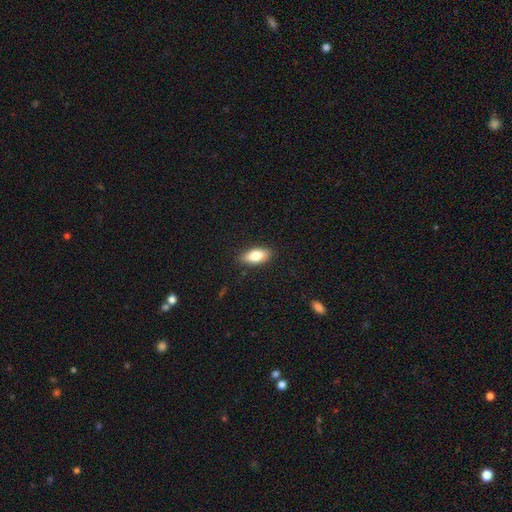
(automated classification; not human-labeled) Smooth or featured?
  - smooth: 80% *
  - featured or disk: 13%
  - star or artifact: 7%
How rounded?
  - in between: 85% *
  - cigar-shaped: 12%
  - round: 3%
Merging?
  - none: 87% *
  - minor disturbance: 10%
  - major disturbance: 2%
  - merger: 1%